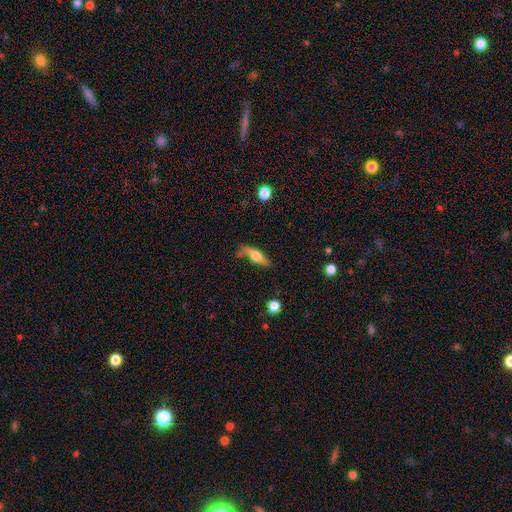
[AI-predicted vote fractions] A featured or disk galaxy (51%) viewed edge-on (65%).

Vote fractions:
- Smooth or featured? featured or disk: 51% / smooth: 43% / star or artifact: 7%
- Edge-on disk? yes: 65% / no: 35%
- Merging? none: 55% / minor disturbance: 28% / major disturbance: 13% / merger: 4%